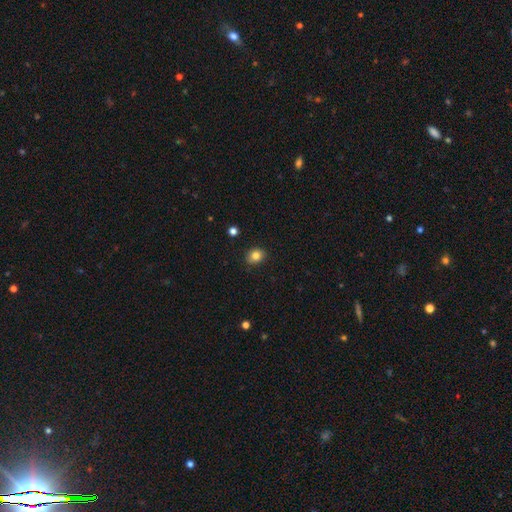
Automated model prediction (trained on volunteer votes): A smooth galaxy with no disk features (83%) that is round (57%).

Vote fractions:
- Smooth or featured? smooth: 83% / star or artifact: 10% / featured or disk: 7%
- How rounded? round: 57% / in between: 42% / cigar-shaped: 1%
- Merging? none: 87% / minor disturbance: 10% / major disturbance: 2% / merger: 1%